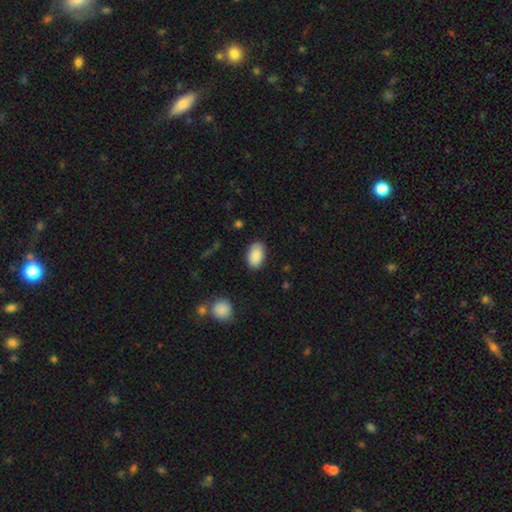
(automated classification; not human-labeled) Smooth or featured? smooth (90%)
How rounded? in between (92%)
Merging? none (86%)